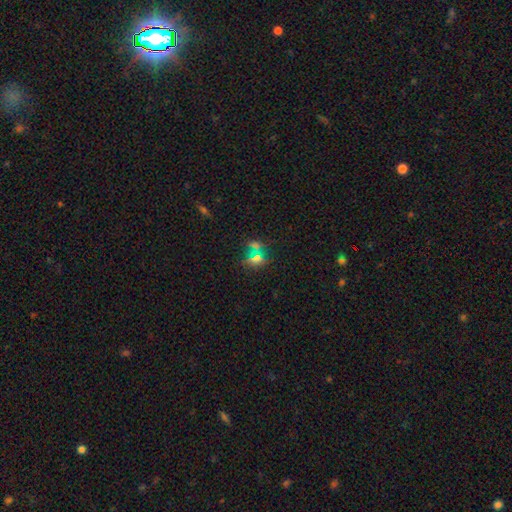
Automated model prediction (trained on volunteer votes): Smooth or featured?
  - smooth: 50% *
  - star or artifact: 38%
  - featured or disk: 13%
Merging?
  - none: 68% *
  - merger: 13%
  - minor disturbance: 13%
  - major disturbance: 7%